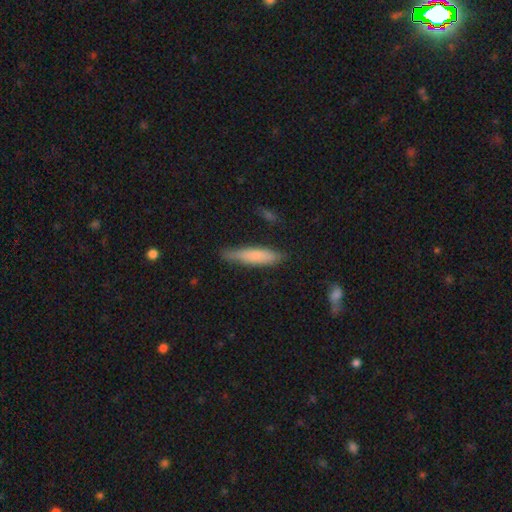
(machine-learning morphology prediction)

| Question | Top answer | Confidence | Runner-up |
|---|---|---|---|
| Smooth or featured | smooth | 76% | featured or disk (18%) |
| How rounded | cigar-shaped | 83% | in between (15%) |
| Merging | none | 73% | minor disturbance (21%) |